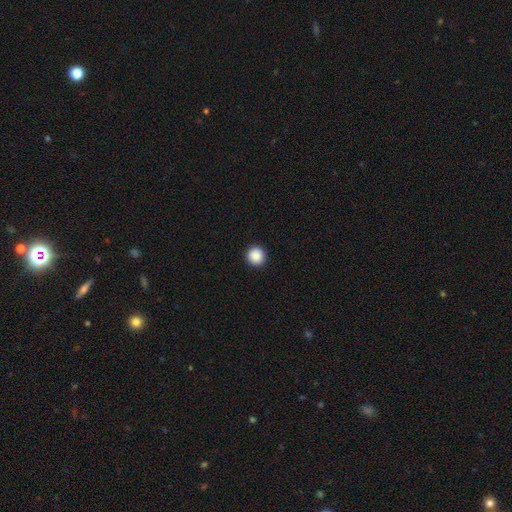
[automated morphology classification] Smooth or featured: smooth — 89% (star or artifact — 8%)
How rounded: round — 96% (in between — 3%)
Merging: none — 94% (minor disturbance — 4%)